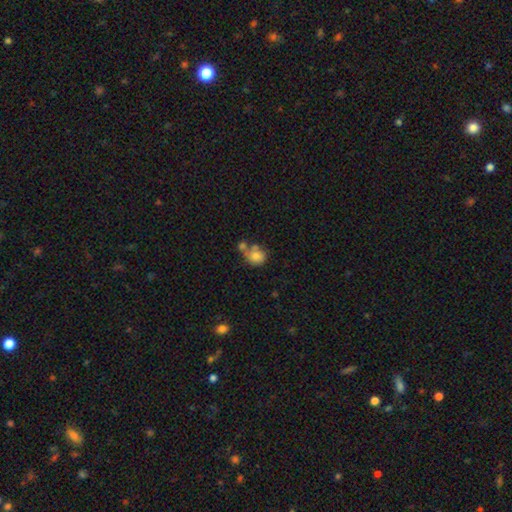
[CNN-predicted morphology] This appears to be a smooth galaxy with no disk features (75%) that is round (72%). Merging: merger (41%).